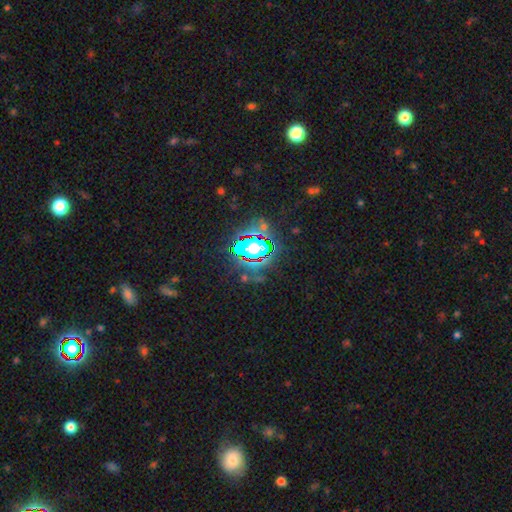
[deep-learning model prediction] smooth-or-featured: star or artifact: 81% | smooth: 11% | featured or disk: 8%